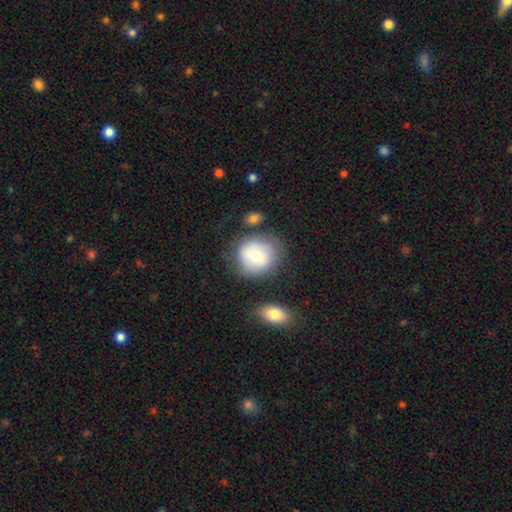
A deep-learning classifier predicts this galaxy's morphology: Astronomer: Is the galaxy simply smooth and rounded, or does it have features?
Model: smooth — 66%.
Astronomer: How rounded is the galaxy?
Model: round — 77%.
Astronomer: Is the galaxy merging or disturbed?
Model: none — 65%.